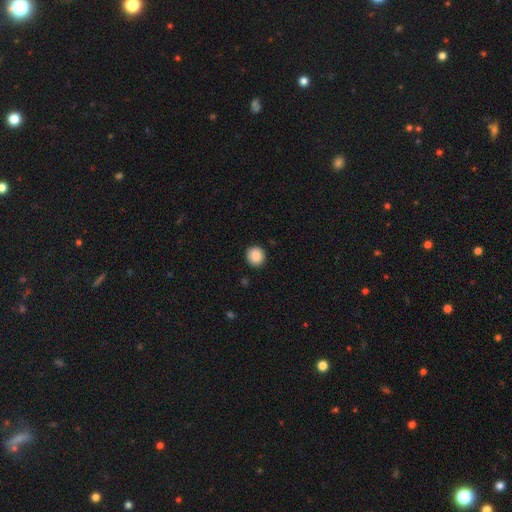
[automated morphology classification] Smooth or featured?
  - smooth: 89% *
  - star or artifact: 8%
  - featured or disk: 3%
How rounded?
  - round: 92% *
  - in between: 7%
  - cigar-shaped: 1%
Merging?
  - none: 91% *
  - minor disturbance: 6%
  - major disturbance: 2%
  - merger: 1%